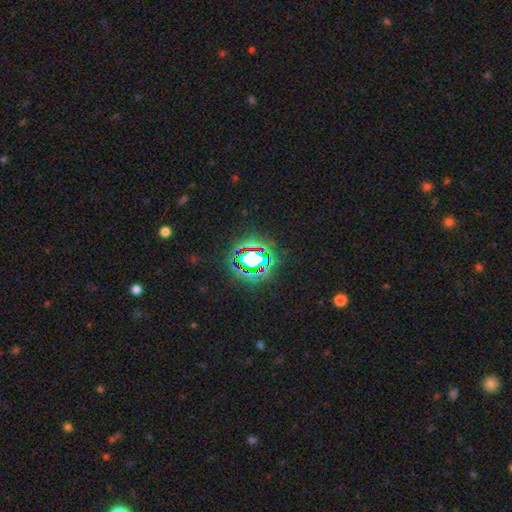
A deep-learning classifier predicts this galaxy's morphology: star or artifact 70%, smooth 19%, featured or disk 11%.